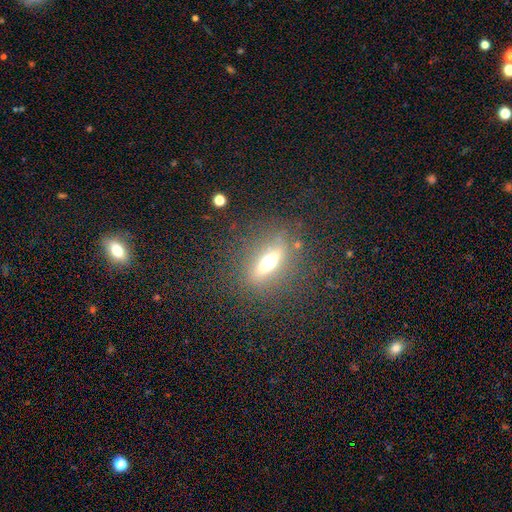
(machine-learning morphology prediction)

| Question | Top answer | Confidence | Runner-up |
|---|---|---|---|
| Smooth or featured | featured or disk | 47% | smooth (28%) |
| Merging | none | 83% | minor disturbance (9%) |